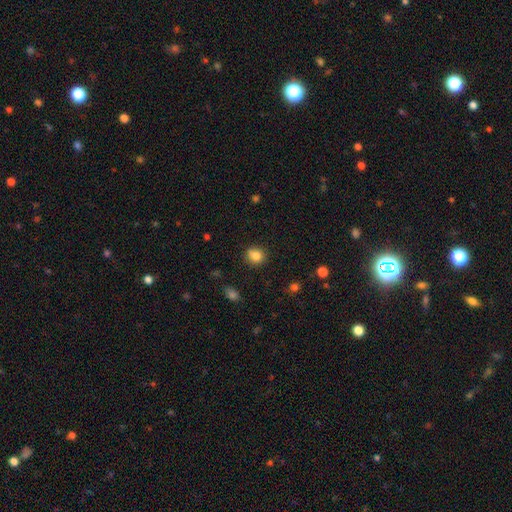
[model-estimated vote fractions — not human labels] smooth 82%, star or artifact 11%, featured or disk 7%. Down the decision tree: how rounded — round (76%); merging — none (77%).